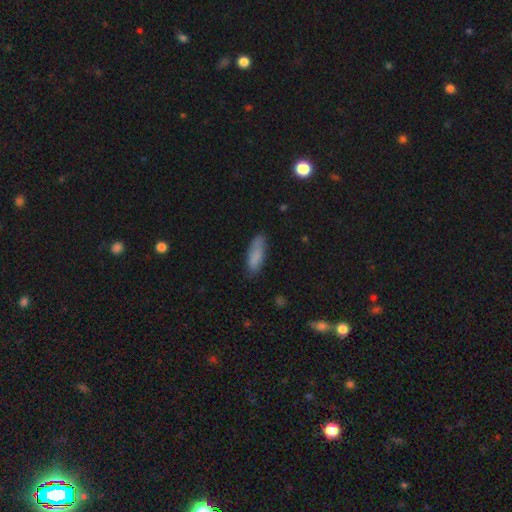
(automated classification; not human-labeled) This appears to be a smooth galaxy with no disk features (82%) that is in between round and cigar-shaped (59%). Merging: none (72%).